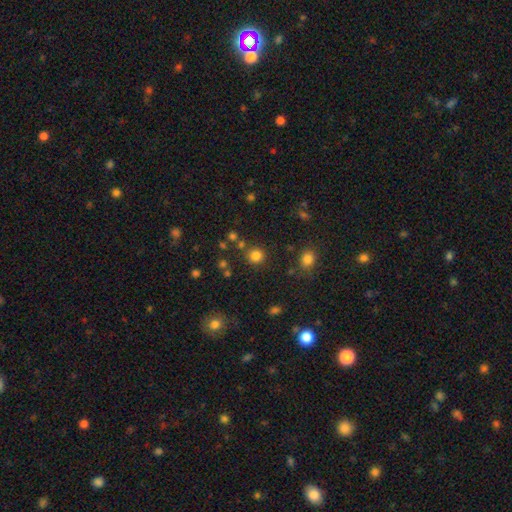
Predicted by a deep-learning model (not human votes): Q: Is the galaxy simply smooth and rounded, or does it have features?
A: smooth — 80%.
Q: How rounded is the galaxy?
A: round — 92%.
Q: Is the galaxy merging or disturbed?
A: none — 83%.